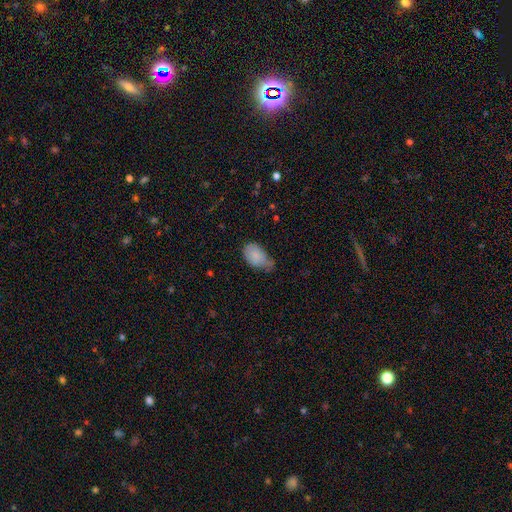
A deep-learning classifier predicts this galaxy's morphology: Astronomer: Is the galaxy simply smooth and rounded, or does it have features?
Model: smooth — 83%.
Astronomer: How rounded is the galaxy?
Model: in between — 90%.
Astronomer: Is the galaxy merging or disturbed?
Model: minor disturbance — 48% (runner-up: none, 32%).